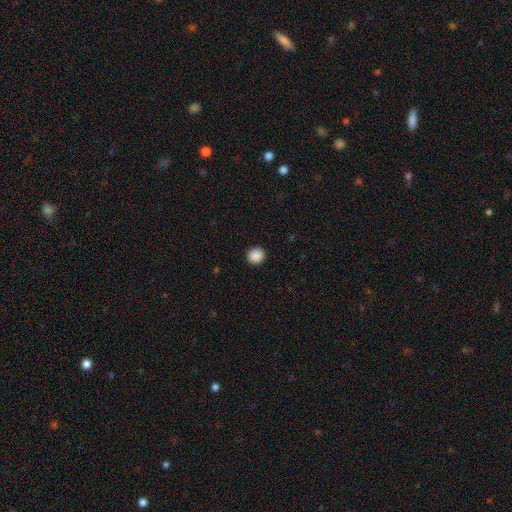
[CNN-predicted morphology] Smooth or featured? Predicted: smooth (p=0.89). How rounded? Predicted: round (p=0.86). Merging? Predicted: none (p=0.92).